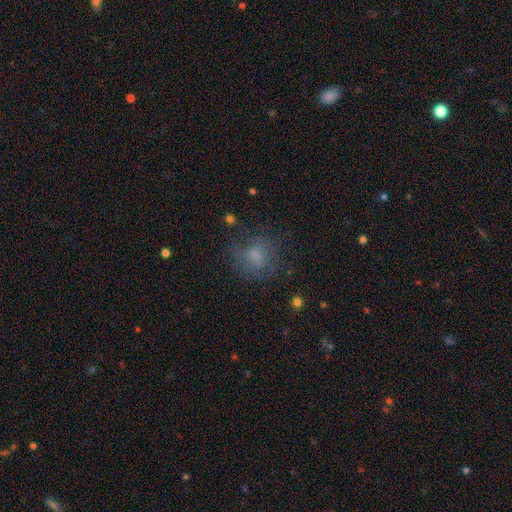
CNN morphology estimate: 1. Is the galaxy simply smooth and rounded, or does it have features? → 64% smooth, 21% featured or disk, 15% star or artifact.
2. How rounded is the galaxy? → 71% round, 27% in between, 1% cigar-shaped.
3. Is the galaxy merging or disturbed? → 62% none, 19% minor disturbance, 17% major disturbance, 2% merger.